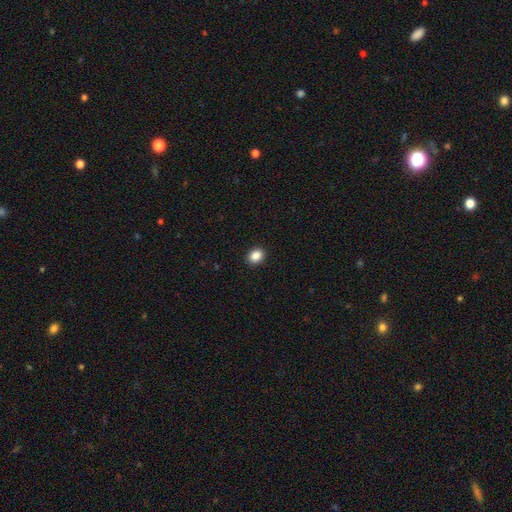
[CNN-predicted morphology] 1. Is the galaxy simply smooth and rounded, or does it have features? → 87% smooth, 9% star or artifact, 3% featured or disk.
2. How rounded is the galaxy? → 51% round, 48% in between, 1% cigar-shaped.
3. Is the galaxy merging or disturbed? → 92% none, 6% minor disturbance, 2% major disturbance, 1% merger.